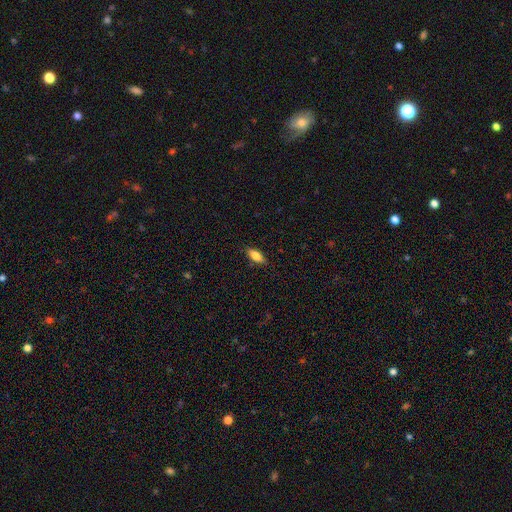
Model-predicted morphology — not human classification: smooth 79%, featured or disk 14%, star or artifact 7%. Down the decision tree: how rounded — in between (75%); merging — none (87%).